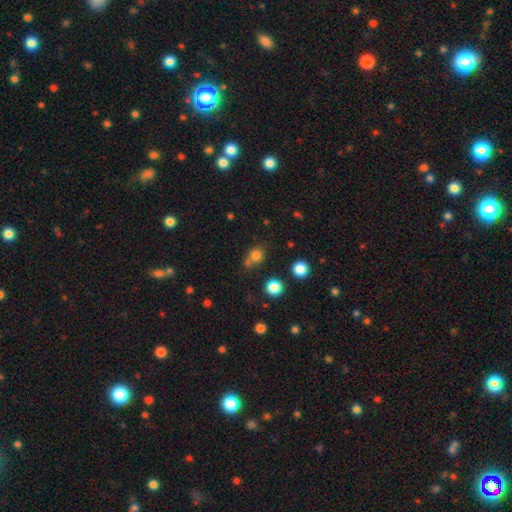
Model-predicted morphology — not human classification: Smooth or featured? Predicted: smooth (p=0.77). How rounded? Predicted: round (p=0.77). Merging? Predicted: none (p=0.59).